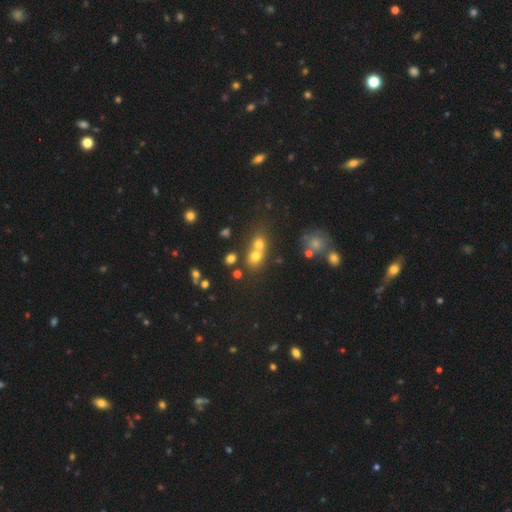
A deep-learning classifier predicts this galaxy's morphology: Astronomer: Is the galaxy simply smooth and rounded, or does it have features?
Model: smooth — 66%.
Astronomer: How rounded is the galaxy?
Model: round — 71%.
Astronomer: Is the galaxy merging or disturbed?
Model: merger — 55% (runner-up: none, 35%).